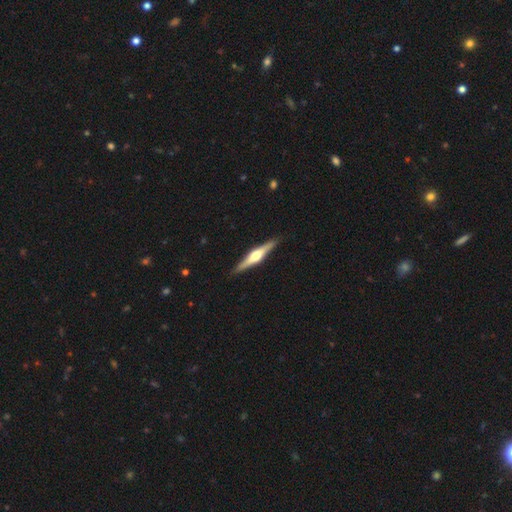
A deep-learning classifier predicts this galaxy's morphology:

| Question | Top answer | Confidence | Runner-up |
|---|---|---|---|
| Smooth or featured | featured or disk | 75% | smooth (20%) |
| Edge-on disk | yes | 98% | no (2%) |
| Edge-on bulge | rounded | 90% | boxy (7%) |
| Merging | none | 91% | minor disturbance (7%) |